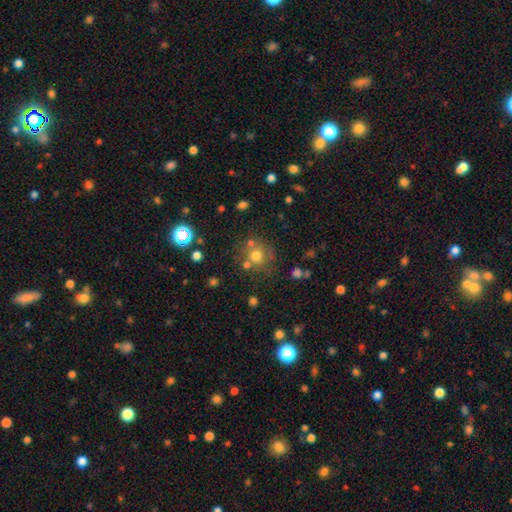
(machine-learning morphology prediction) A smooth galaxy with no disk features (69%) that is round (89%). Merging: none (64%).